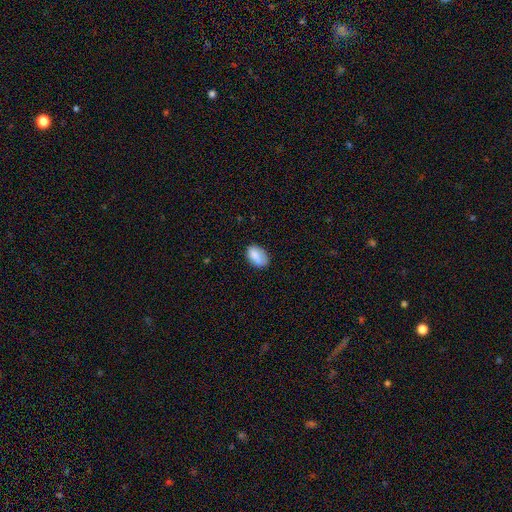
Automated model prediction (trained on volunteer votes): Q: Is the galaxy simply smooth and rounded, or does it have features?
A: smooth — 85%.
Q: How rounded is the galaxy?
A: in between — 91%.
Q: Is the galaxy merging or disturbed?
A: none — 71%.